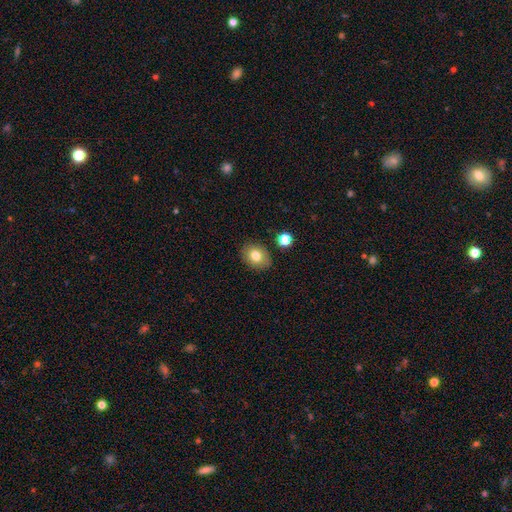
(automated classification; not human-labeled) Morphology: type=smooth (79%); roundness=in between (57%); merging=none (85%).